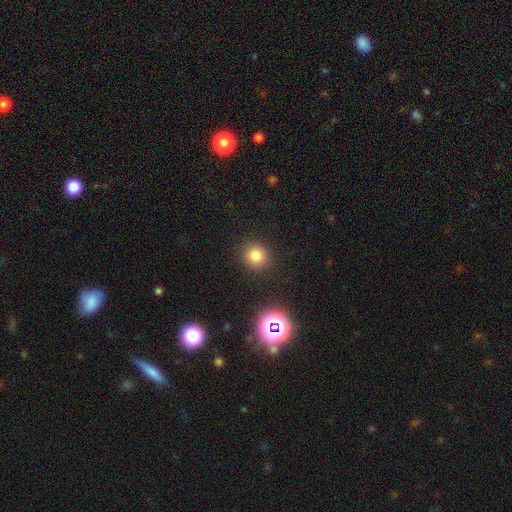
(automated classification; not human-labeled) smooth 79%, star or artifact 15%, featured or disk 6%. Down the decision tree: how rounded — round (90%); merging — none (89%).